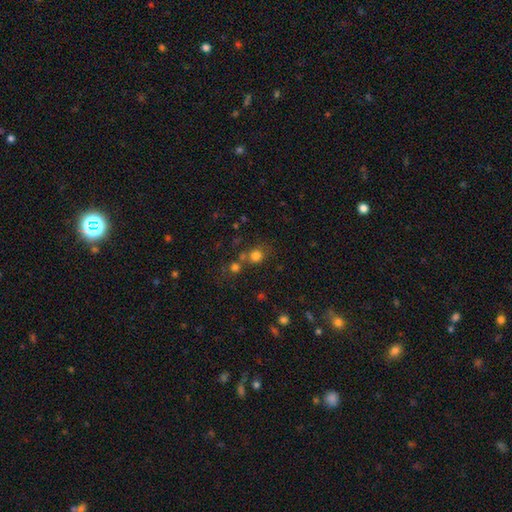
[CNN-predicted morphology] A smooth galaxy with no disk features (75%) that is round (83%).

Vote fractions:
- Smooth or featured? smooth: 75% / star or artifact: 17% / featured or disk: 8%
- How rounded? round: 83% / in between: 16% / cigar-shaped: 1%
- Merging? none: 58% / merger: 26% / minor disturbance: 10% / major disturbance: 5%